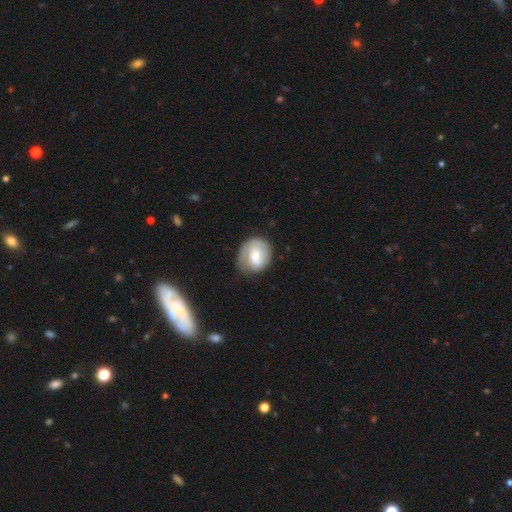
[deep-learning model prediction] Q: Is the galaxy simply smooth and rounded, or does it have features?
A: smooth — 54%.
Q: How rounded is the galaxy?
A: round — 67%.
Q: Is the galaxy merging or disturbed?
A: none — 60%.